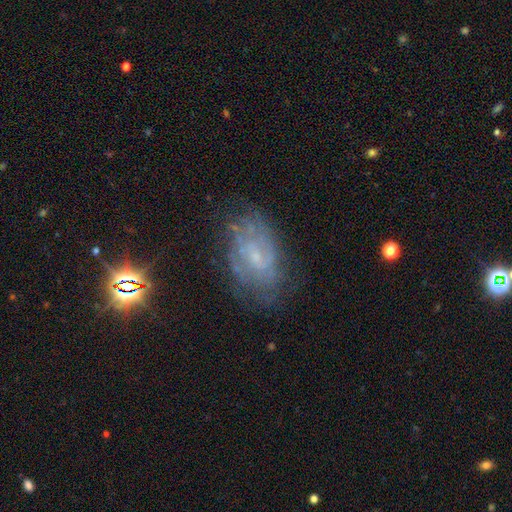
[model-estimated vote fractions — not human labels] Smooth or featured? Predicted: featured or disk (p=0.66). Edge-on disk? Predicted: no (p=0.96). Bar? Predicted: no (p=0.50). Spiral arms? Predicted: yes (p=0.74). Bulge size? Predicted: small (p=0.67). Merging? Predicted: none (p=0.66).